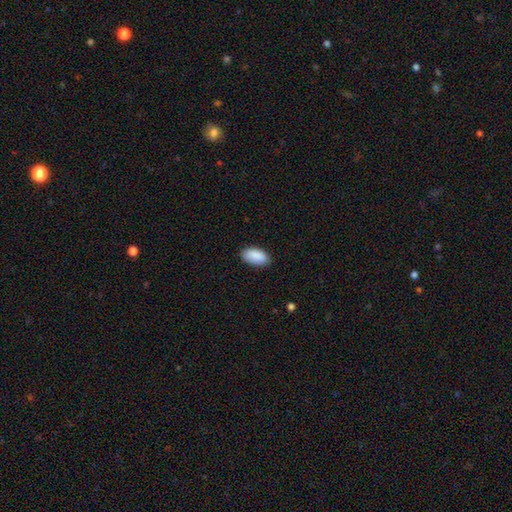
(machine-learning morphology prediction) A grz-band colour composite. It shows a smooth galaxy with no disk features (90%) that is in between round and cigar-shaped (94%). Merging: none (86%).